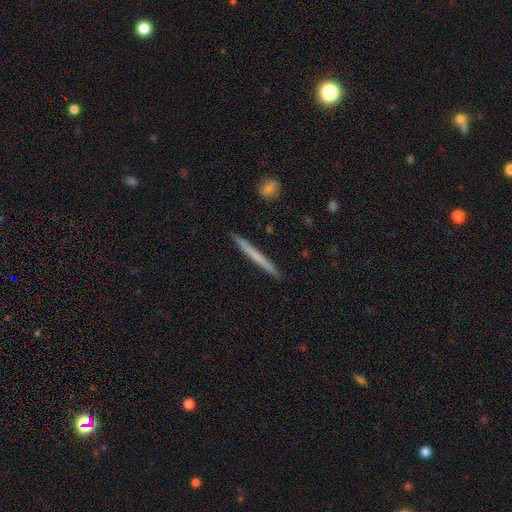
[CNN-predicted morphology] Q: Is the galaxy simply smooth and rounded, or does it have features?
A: smooth — 55%.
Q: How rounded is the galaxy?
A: cigar-shaped — 97%.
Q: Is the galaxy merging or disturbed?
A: none — 92%.